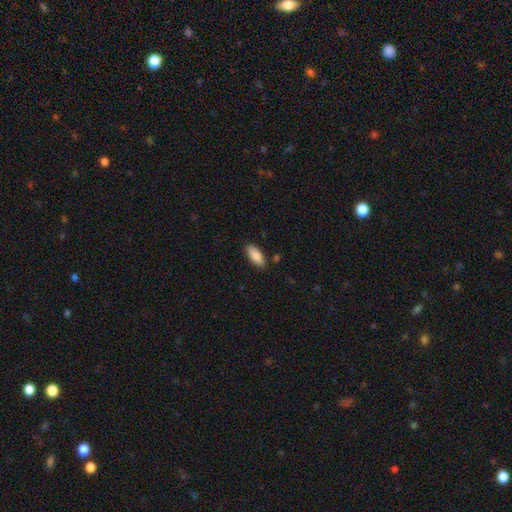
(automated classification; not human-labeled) smooth 88%, featured or disk 6%, star or artifact 6%. Down the decision tree: how rounded — in between (82%); merging — none (86%).